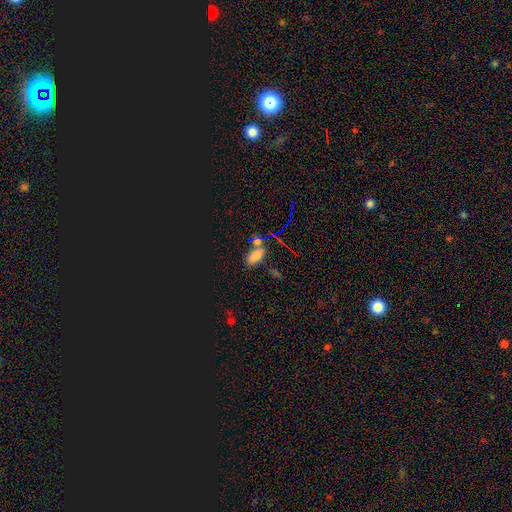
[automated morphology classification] type=smooth (64%); roundness=in between (88%); merging=none (64%).